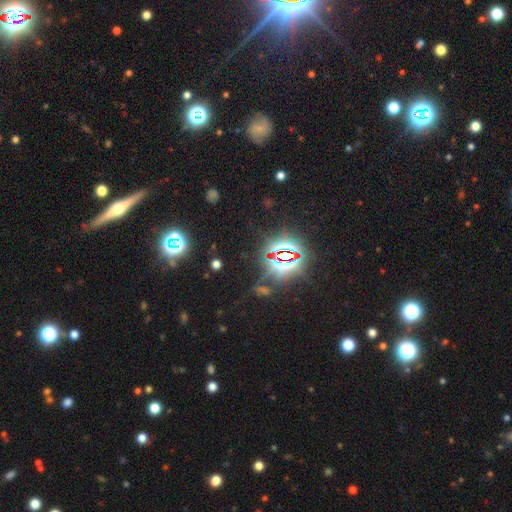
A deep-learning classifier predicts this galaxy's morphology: smooth_or_featured: star or artifact (p=0.78) [alt: smooth p=0.13]